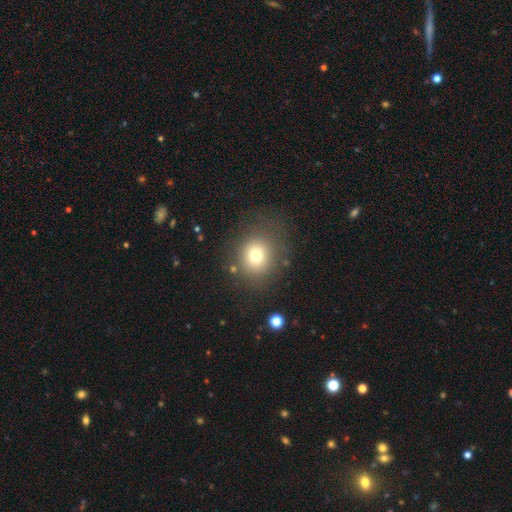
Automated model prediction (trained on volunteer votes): Smooth or featured? Predicted: smooth (p=0.74). How rounded? Predicted: round (p=0.80). Merging? Predicted: none (p=0.76).